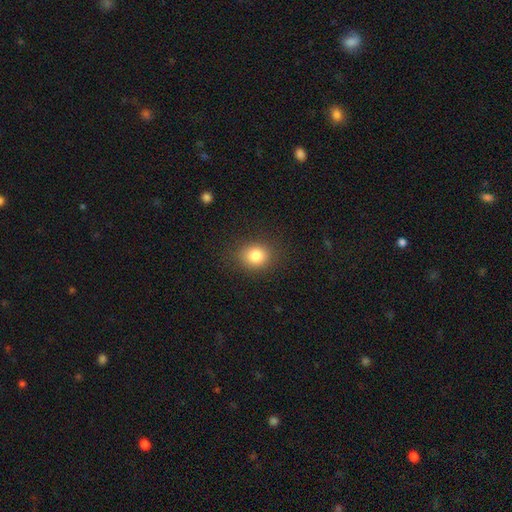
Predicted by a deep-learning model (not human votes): smooth-or-featured: smooth: 82% | star or artifact: 11% | featured or disk: 7%
  how-rounded: round: 66% | in between: 33% | cigar-shaped: 1%
  merging: none: 85% | minor disturbance: 10% | major disturbance: 4% | merger: 1%